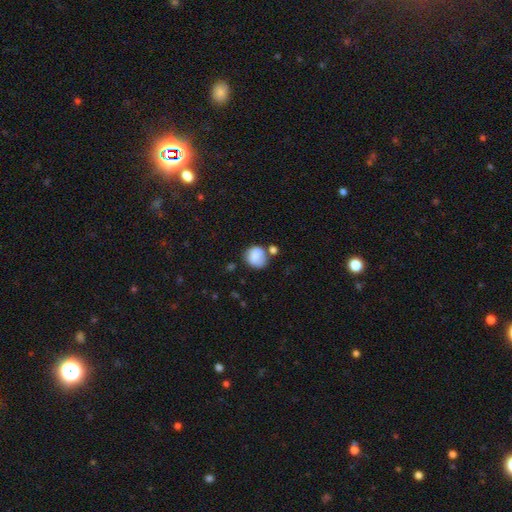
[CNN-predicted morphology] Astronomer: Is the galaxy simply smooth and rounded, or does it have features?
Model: smooth — 78%.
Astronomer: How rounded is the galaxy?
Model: round — 78%.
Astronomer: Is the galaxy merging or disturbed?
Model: none — 49%.